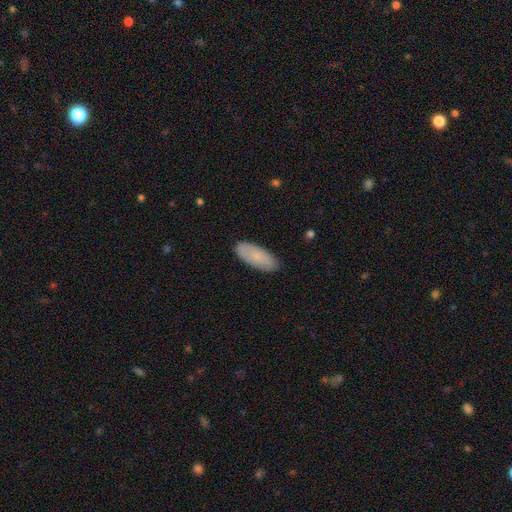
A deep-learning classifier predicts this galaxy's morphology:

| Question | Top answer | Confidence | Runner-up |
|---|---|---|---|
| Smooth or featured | smooth | 75% | featured or disk (19%) |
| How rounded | in between | 83% | cigar-shaped (15%) |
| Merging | none | 86% | minor disturbance (11%) |